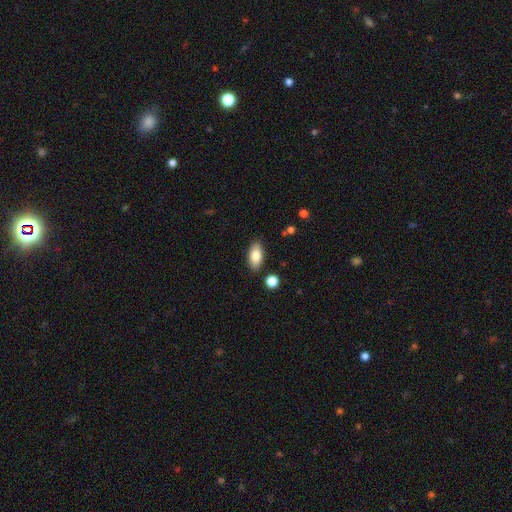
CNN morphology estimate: This appears to be a smooth galaxy with no disk features (82%) that is in between round and cigar-shaped (89%). Merging: none (86%).